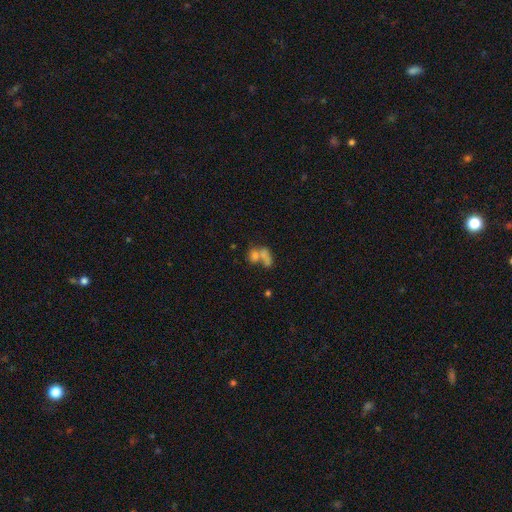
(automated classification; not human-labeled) The model was most divided on "merging": merger: 55%, none: 28%, major disturbance: 9%, minor disturbance: 8%. More confident: how rounded — in between (63%); smooth or featured — smooth (63%).